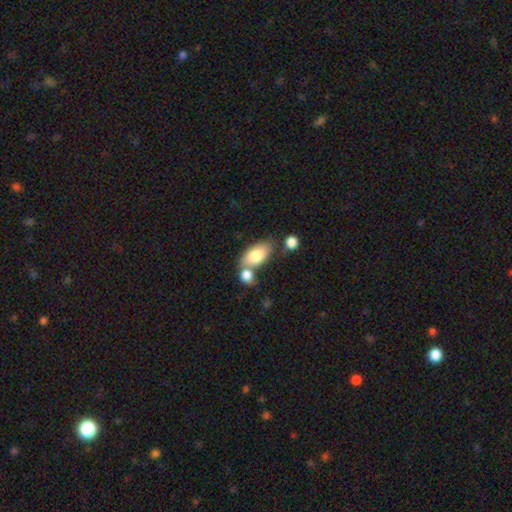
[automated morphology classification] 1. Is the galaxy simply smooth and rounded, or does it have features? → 79% smooth, 15% featured or disk, 6% star or artifact.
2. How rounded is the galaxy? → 91% in between, 5% round, 3% cigar-shaped.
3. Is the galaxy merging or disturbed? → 47% none, 36% merger, 13% minor disturbance, 5% major disturbance.